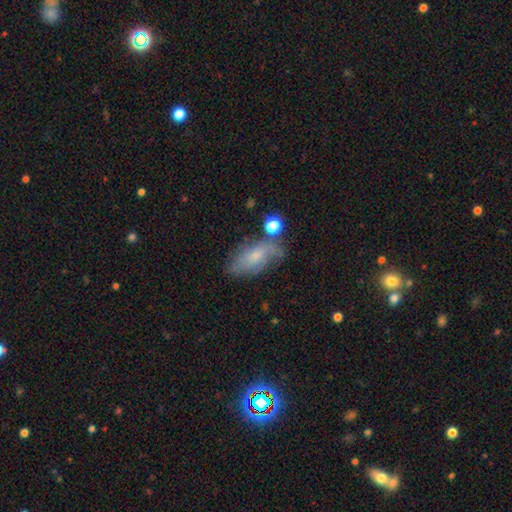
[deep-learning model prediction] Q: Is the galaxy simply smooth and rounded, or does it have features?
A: smooth — 49%.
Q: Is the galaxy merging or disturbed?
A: none — 52%.